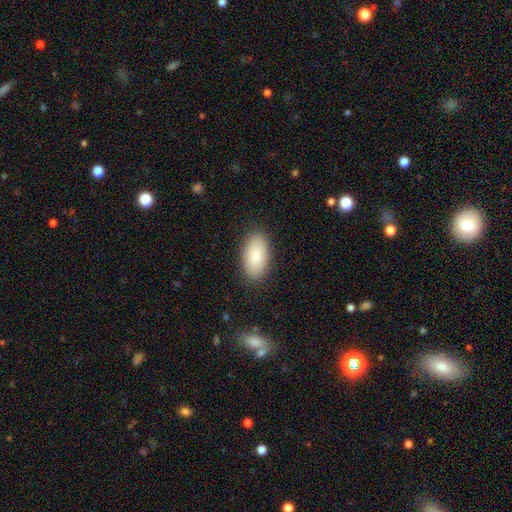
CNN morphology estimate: A smooth galaxy with no disk features (83%) that is in between round and cigar-shaped (95%). Merging: none (87%).